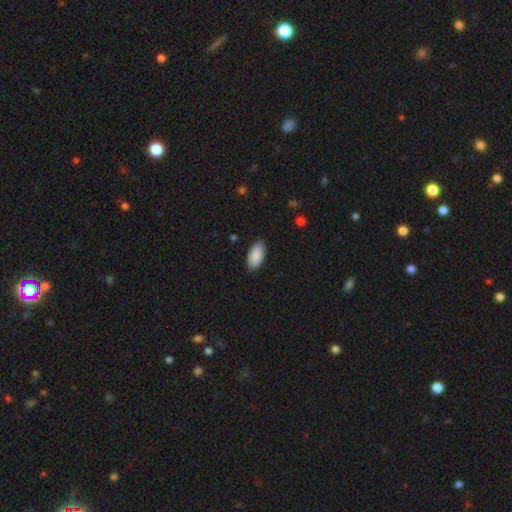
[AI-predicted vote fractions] Smooth or featured?
  - smooth: 90% *
  - star or artifact: 6%
  - featured or disk: 4%
How rounded?
  - in between: 94% *
  - cigar-shaped: 4%
  - round: 2%
Merging?
  - none: 85% *
  - minor disturbance: 12%
  - major disturbance: 2%
  - merger: 1%